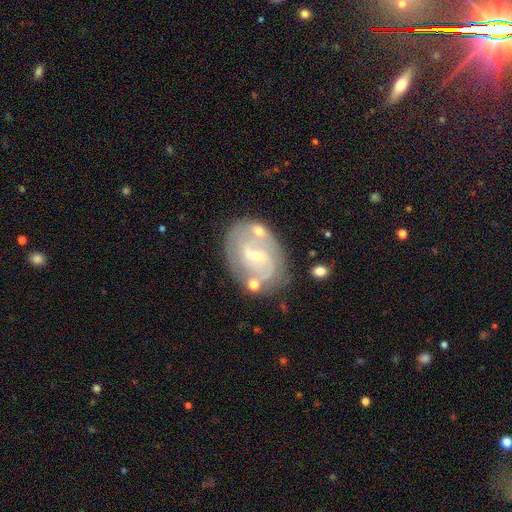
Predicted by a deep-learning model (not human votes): Q: Smooth or featured?
A: featured or disk (83%); runner-up: smooth (11%)
Q: Edge-on disk?
A: no (97%); runner-up: yes (3%)
Q: Bar?
A: weak (47%); runner-up: no (30%)
Q: Spiral arms?
A: yes (90%); runner-up: no (10%)
Q: Spiral winding?
A: tight (47%); runner-up: medium (40%)
Q: Spiral arm count?
A: 2 (64%); runner-up: can't tell (19%)
Q: Bulge size?
A: small (68%); runner-up: moderate (28%)
Q: Merging?
A: none (68%); runner-up: minor disturbance (17%)